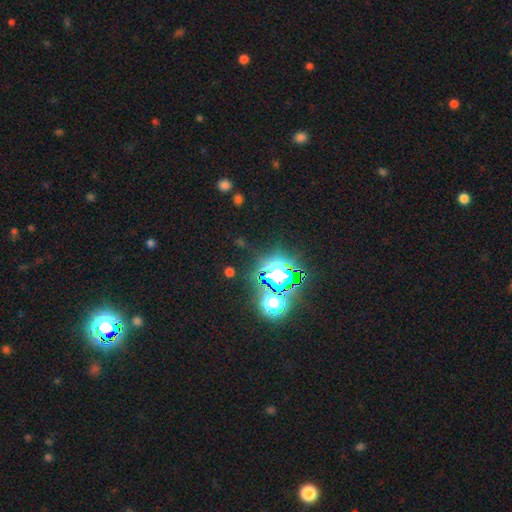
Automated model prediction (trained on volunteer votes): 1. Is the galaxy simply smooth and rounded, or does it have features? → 79% star or artifact, 14% smooth, 7% featured or disk.